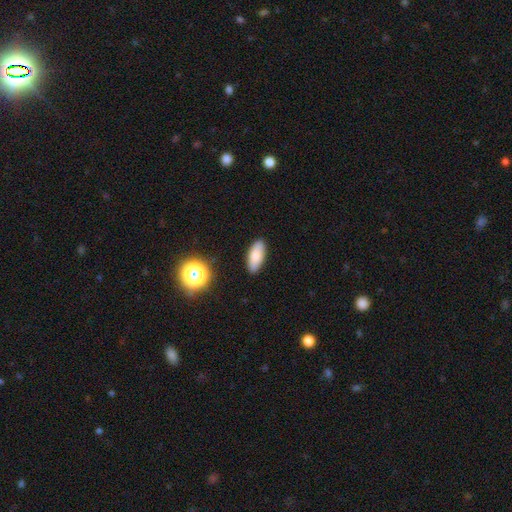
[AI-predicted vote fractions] Smooth or featured?
  - smooth: 80% *
  - featured or disk: 12%
  - star or artifact: 8%
How rounded?
  - in between: 83% *
  - cigar-shaped: 14%
  - round: 3%
Merging?
  - none: 87% *
  - minor disturbance: 9%
  - major disturbance: 2%
  - merger: 2%